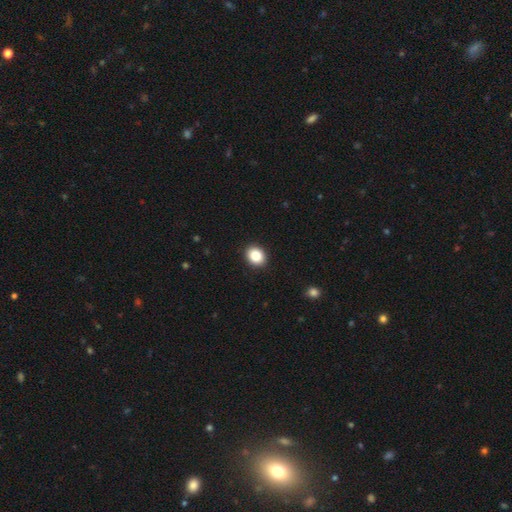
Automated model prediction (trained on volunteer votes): A smooth galaxy with no disk features (86%) that is round (57%). Merging: none (92%).